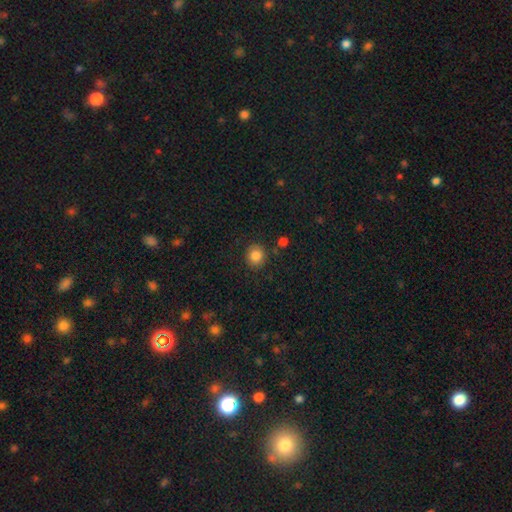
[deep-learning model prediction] Smooth or featured?
  - smooth: 85% *
  - star or artifact: 10%
  - featured or disk: 5%
How rounded?
  - round: 85% *
  - in between: 14%
  - cigar-shaped: 1%
Merging?
  - none: 86% *
  - minor disturbance: 8%
  - merger: 3%
  - major disturbance: 2%